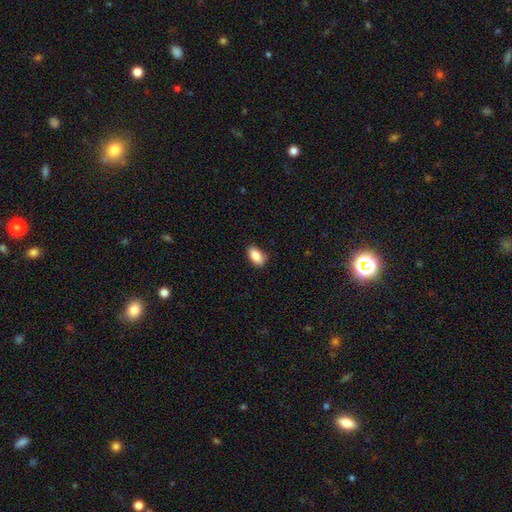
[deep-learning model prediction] The model was most divided on "merging": none: 84%, minor disturbance: 13%, major disturbance: 2%, merger: 1%. More confident: how rounded — in between (91%); smooth or featured — smooth (86%).